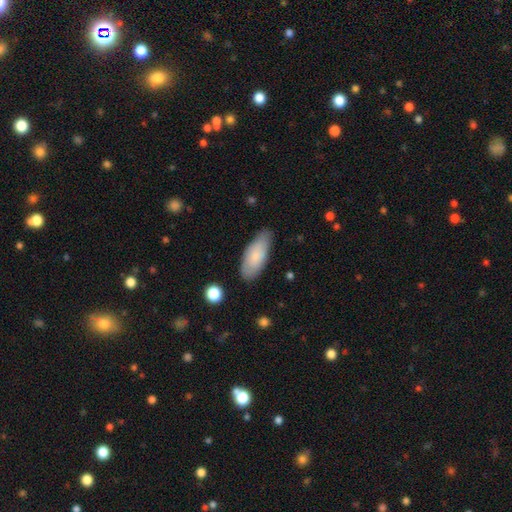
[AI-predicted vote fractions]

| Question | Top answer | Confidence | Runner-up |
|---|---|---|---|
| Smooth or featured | smooth | 79% | featured or disk (16%) |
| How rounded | in between | 82% | cigar-shaped (16%) |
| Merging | none | 76% | minor disturbance (19%) |